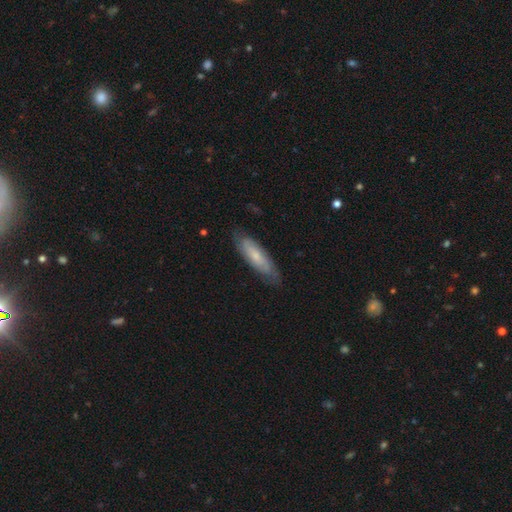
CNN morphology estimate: Smooth or featured: smooth — 51% (featured or disk — 43%)
How rounded: cigar-shaped — 52% (in between — 46%)
Merging: none — 76% (minor disturbance — 18%)